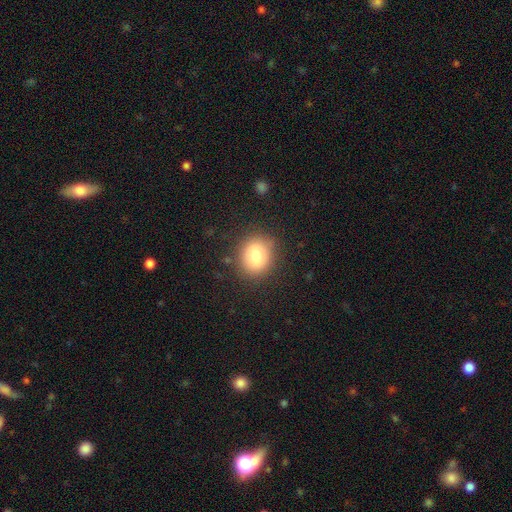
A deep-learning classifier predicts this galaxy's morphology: Smooth or featured: smooth — 80% (featured or disk — 10%)
How rounded: round — 67% (in between — 32%)
Merging: none — 82% (minor disturbance — 12%)